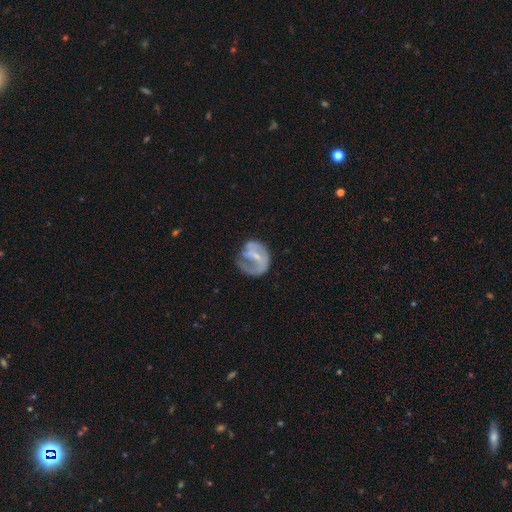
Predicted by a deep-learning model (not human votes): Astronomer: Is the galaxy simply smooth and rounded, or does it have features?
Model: featured or disk — 65%.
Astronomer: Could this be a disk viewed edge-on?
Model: no — 97%.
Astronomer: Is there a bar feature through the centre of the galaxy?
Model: weak — 45% (runner-up: no, 32%).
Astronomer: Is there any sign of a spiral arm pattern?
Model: yes — 67%.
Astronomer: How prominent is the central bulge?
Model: small — 59%.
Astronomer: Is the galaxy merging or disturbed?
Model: none — 41% (runner-up: major disturbance, 31%).